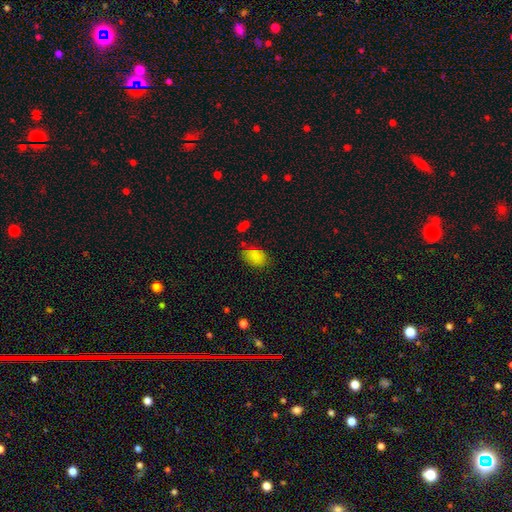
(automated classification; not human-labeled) The model was most divided on "merging": none: 71%, minor disturbance: 20%, major disturbance: 5%, merger: 3%. More confident: how rounded — in between (87%); smooth or featured — smooth (84%).